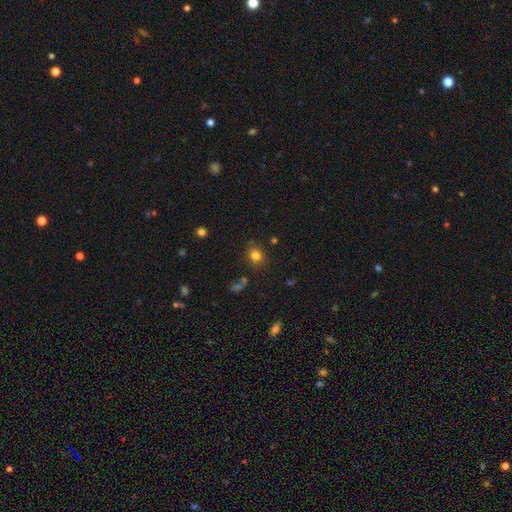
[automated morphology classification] Q: Smooth or featured?
A: smooth (80%); runner-up: star or artifact (13%)
Q: How rounded?
A: round (73%); runner-up: in between (26%)
Q: Merging?
A: none (84%); runner-up: minor disturbance (10%)